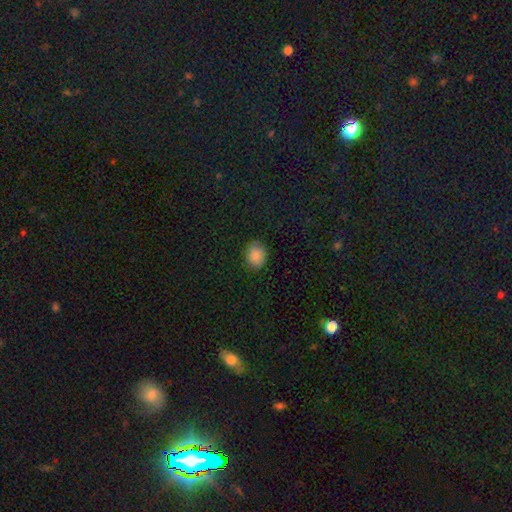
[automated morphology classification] Smooth or featured?
  - smooth: 88% *
  - star or artifact: 8%
  - featured or disk: 4%
How rounded?
  - in between: 54% *
  - round: 45%
  - cigar-shaped: 1%
Merging?
  - none: 84% *
  - minor disturbance: 13%
  - major disturbance: 3%
  - merger: 1%